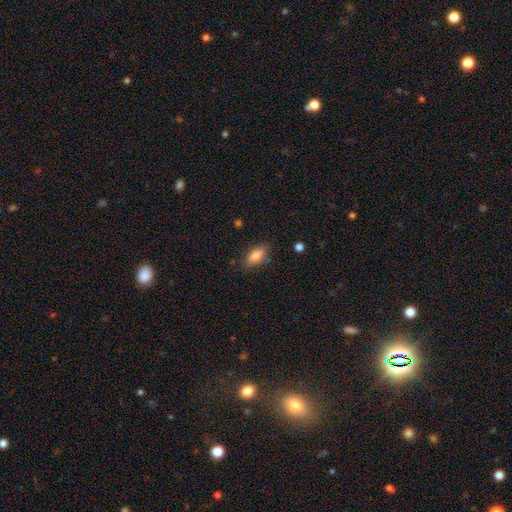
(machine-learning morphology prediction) A smooth galaxy with no disk features (80%) that is in between round and cigar-shaped (82%). Merging: none (80%).